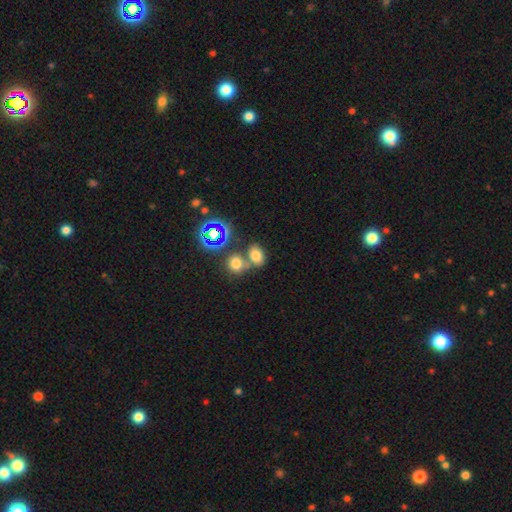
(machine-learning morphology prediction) smooth 69%, star or artifact 19%, featured or disk 11%. Down the decision tree: how rounded — in between (69%); merging — none (49%).